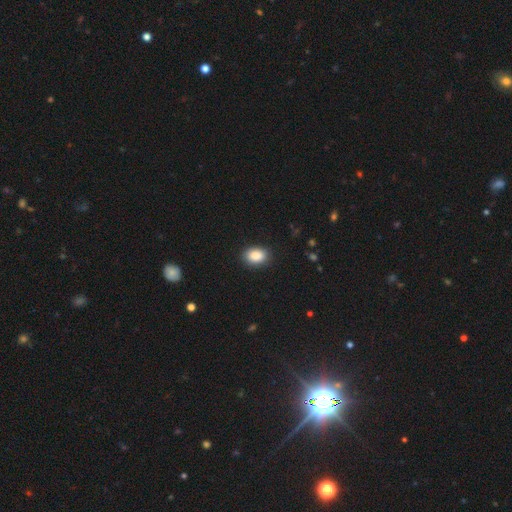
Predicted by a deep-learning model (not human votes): Morphology: type=smooth (88%); roundness=in between (82%); merging=none (89%).